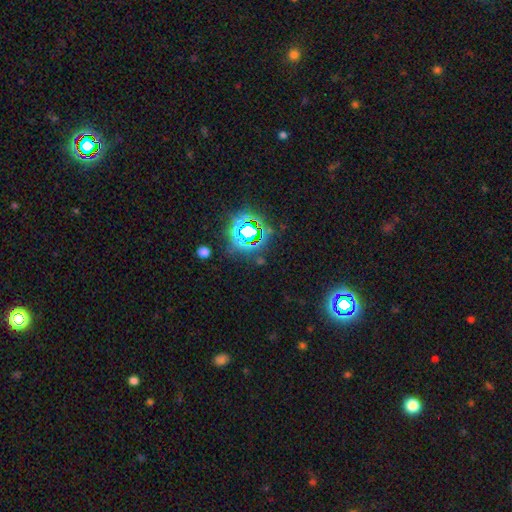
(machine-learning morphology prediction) Smooth or featured?
  - star or artifact: 79% *
  - smooth: 14%
  - featured or disk: 7%